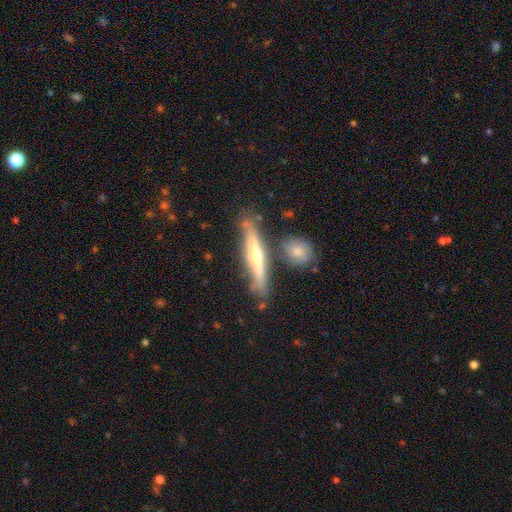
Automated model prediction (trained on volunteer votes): featured or disk 60%, smooth 34%, star or artifact 7%. Down the decision tree: edge-on disk — yes (92%); edge-on bulge — rounded (79%); merging — none (77%).